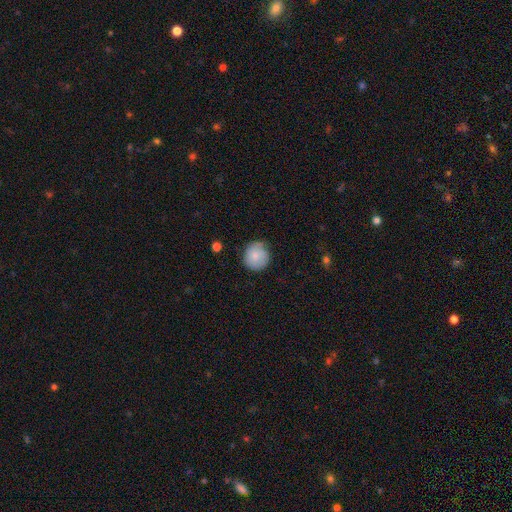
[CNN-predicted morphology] Smooth or featured? Predicted: smooth (p=0.80). How rounded? Predicted: round (p=0.91). Merging? Predicted: none (p=0.75).